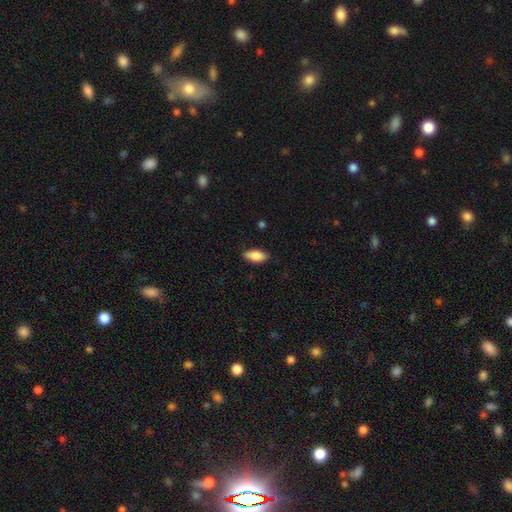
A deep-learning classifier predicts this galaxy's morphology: Smooth or featured? Predicted: smooth (p=0.87). How rounded? Predicted: in between (p=0.89). Merging? Predicted: none (p=0.85).